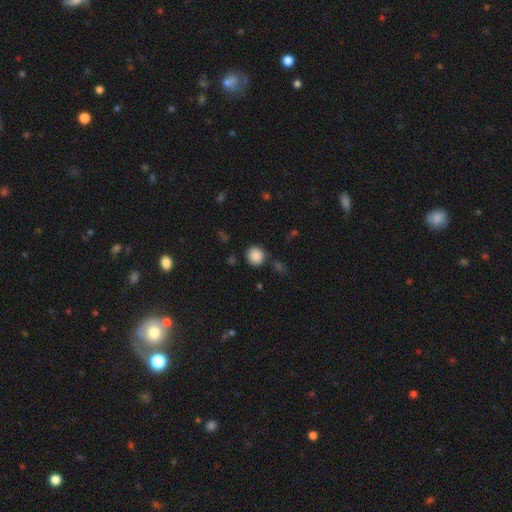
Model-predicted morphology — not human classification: Smooth or featured? Predicted: smooth (p=0.87). How rounded? Predicted: round (p=0.89). Merging? Predicted: none (p=0.82).